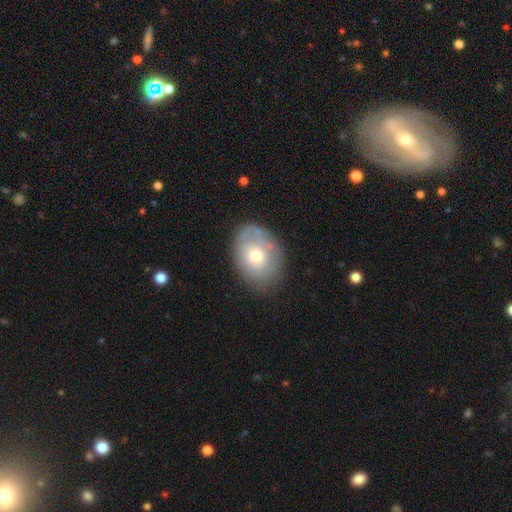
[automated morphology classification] Smooth or featured? Predicted: featured or disk (p=0.48). Merging? Predicted: none (p=0.73).